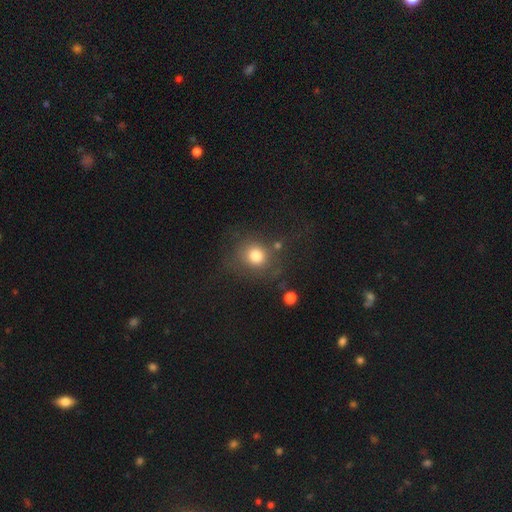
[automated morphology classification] The model was most divided on "merging": none: 67%, minor disturbance: 15%, major disturbance: 11%, merger: 6%. More confident: how rounded — round (82%); smooth or featured — smooth (78%).